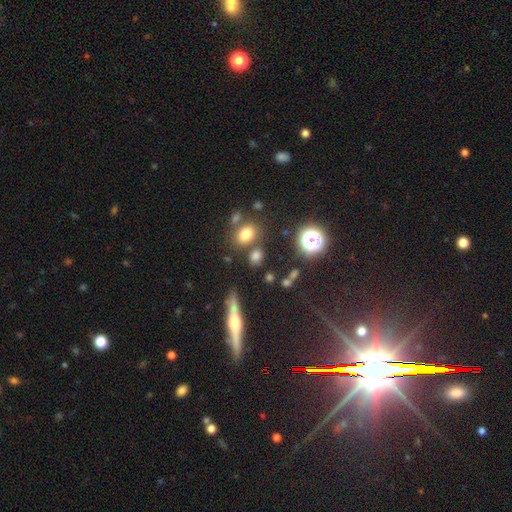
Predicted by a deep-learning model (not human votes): Morphology: type=smooth (72%); roundness=round (52%); merging=none (71%).